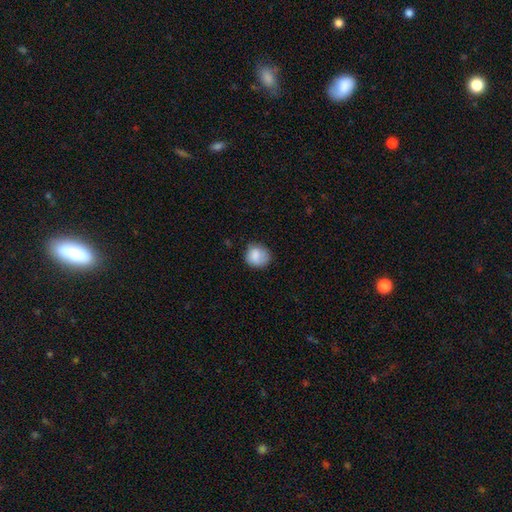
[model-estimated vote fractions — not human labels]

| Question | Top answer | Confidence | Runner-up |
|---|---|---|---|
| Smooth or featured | smooth | 83% | featured or disk (9%) |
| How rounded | round | 78% | in between (22%) |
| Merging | none | 69% | minor disturbance (23%) |